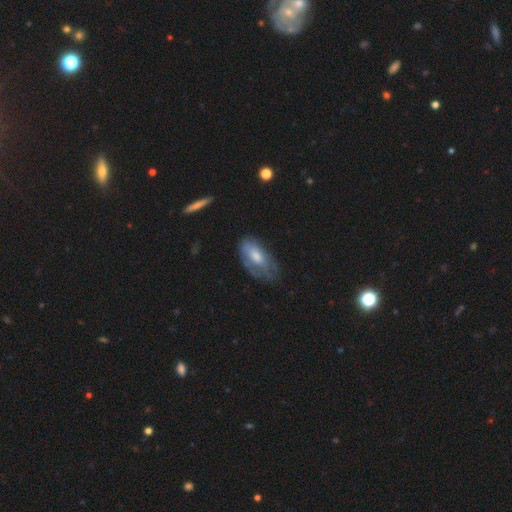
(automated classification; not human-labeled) Q: Smooth or featured?
A: smooth (49%); runner-up: featured or disk (44%)
Q: Merging?
A: none (52%); runner-up: minor disturbance (30%)